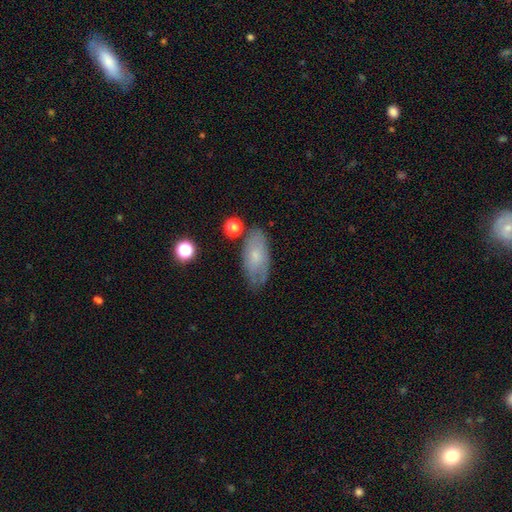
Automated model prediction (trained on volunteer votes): smooth 64%, featured or disk 29%, star or artifact 8%. Down the decision tree: how rounded — in between (89%); merging — none (69%).